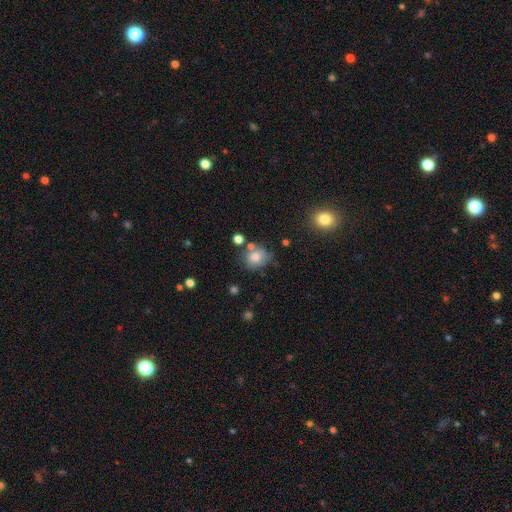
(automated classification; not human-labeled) Smooth or featured? Predicted: smooth (p=0.75). How rounded? Predicted: round (p=0.68). Merging? Predicted: none (p=0.59).